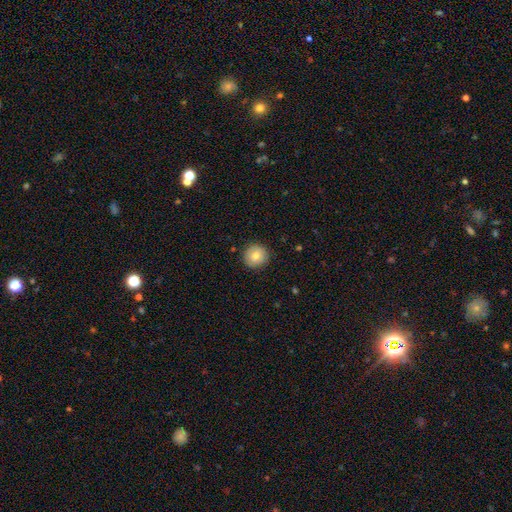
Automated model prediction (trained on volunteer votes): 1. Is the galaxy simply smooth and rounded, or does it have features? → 76% smooth, 16% featured or disk, 8% star or artifact.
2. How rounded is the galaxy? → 93% round, 6% in between, 1% cigar-shaped.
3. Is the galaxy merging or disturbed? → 87% none, 9% minor disturbance, 2% major disturbance, 1% merger.